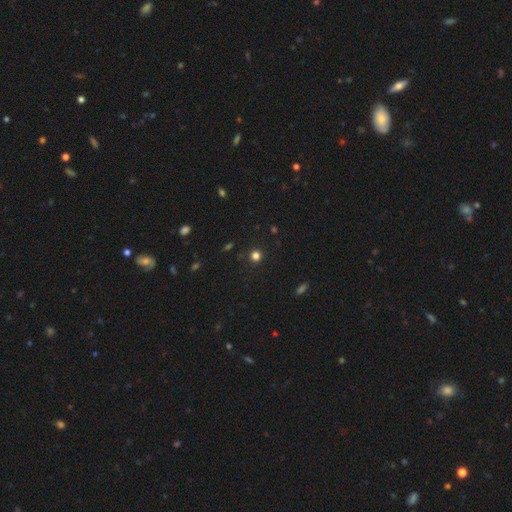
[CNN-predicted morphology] Smooth or featured: smooth — 77% (star or artifact — 18%)
How rounded: round — 93% (in between — 6%)
Merging: none — 91% (minor disturbance — 6%)